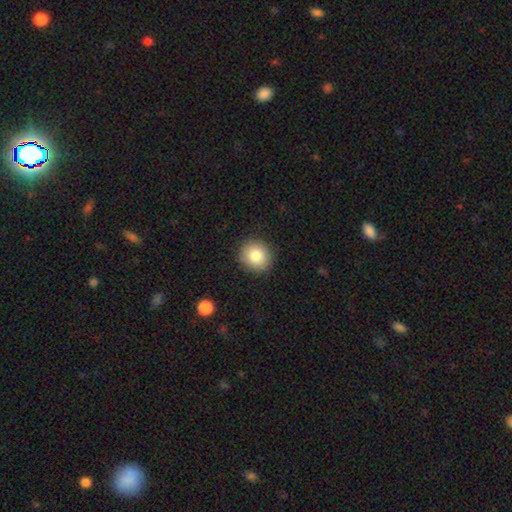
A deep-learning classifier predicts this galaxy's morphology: A smooth galaxy with no disk features (84%) that is round (86%).

Vote fractions:
- Smooth or featured? smooth: 84% / star or artifact: 9% / featured or disk: 8%
- How rounded? round: 86% / in between: 13% / cigar-shaped: 1%
- Merging? none: 90% / minor disturbance: 7% / major disturbance: 2% / merger: 1%